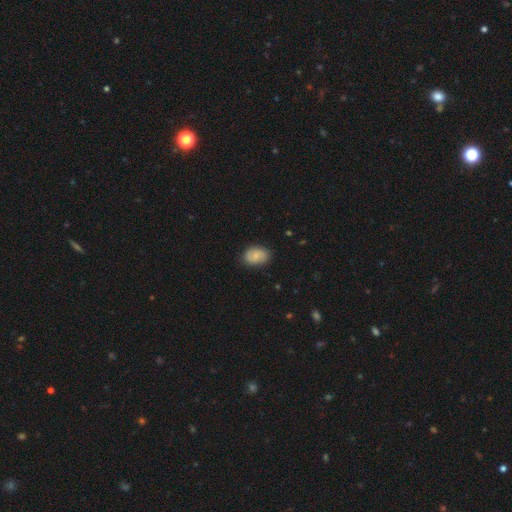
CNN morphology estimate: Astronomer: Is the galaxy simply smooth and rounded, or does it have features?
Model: smooth — 74%.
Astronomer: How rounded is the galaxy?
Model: in between — 82%.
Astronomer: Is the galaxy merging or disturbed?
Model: none — 81%.